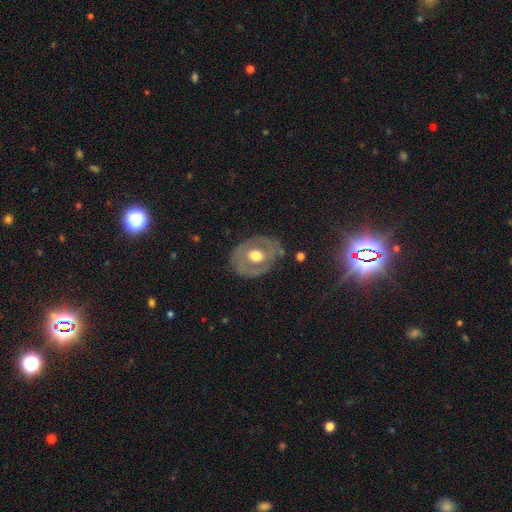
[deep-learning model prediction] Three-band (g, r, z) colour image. It shows a featured or disk galaxy (59%) with no bar (77%), no spiral arms (76%) and a moderate central bulge (65%). Merging: none (74%).